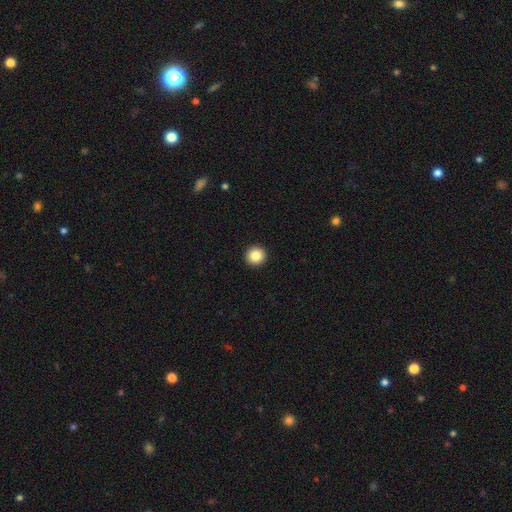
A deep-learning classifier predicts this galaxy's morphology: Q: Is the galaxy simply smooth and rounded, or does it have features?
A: smooth — 85%.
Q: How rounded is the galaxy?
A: round — 96%.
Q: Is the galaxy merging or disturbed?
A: none — 94%.